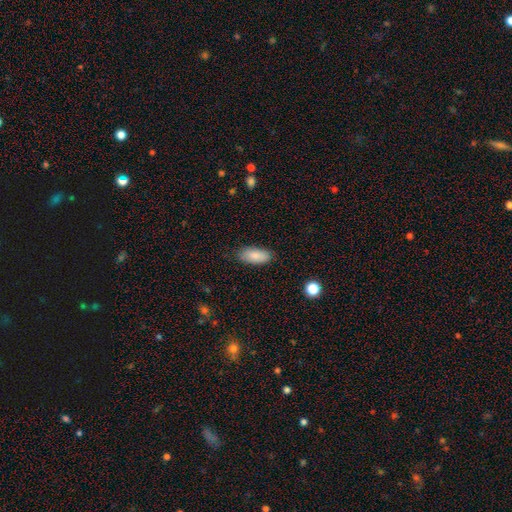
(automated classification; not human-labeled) A smooth galaxy with no disk features (88%) that is in between round and cigar-shaped (87%).

Vote fractions:
- Smooth or featured? smooth: 88% / star or artifact: 6% / featured or disk: 6%
- How rounded? in between: 87% / cigar-shaped: 11% / round: 2%
- Merging? none: 85% / minor disturbance: 11% / major disturbance: 3% / merger: 1%